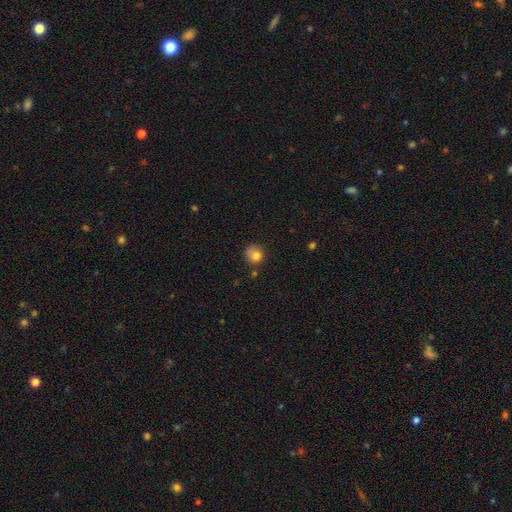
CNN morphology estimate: The model was most divided on "merging": none: 56%, minor disturbance: 26%, major disturbance: 11%, merger: 7%. More confident: how rounded — round (84%); smooth or featured — smooth (78%).